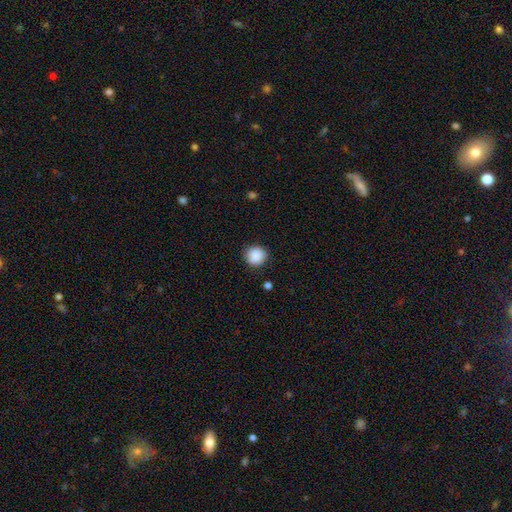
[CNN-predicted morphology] smooth-or-featured: smooth: 89% | star or artifact: 8% | featured or disk: 3%
  how-rounded: round: 91% | in between: 8% | cigar-shaped: 1%
  merging: none: 88% | minor disturbance: 8% | major disturbance: 2% | merger: 1%